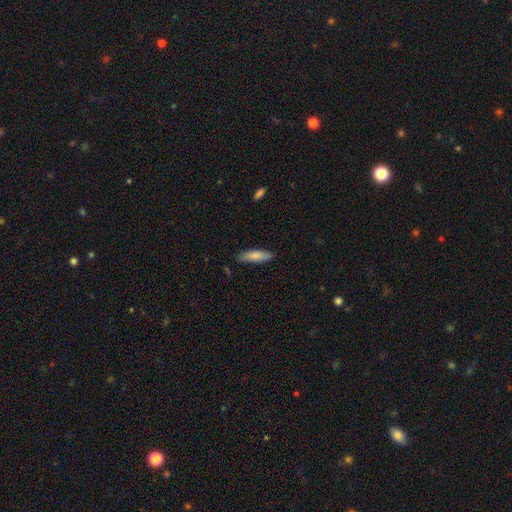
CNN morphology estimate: Smooth or featured? smooth (81%)
How rounded? cigar-shaped (69%)
Merging? none (86%)